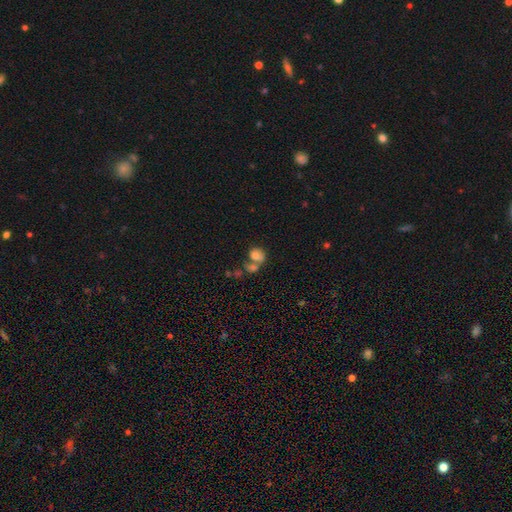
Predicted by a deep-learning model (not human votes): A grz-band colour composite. It shows a smooth galaxy with no disk features (73%) that is round (53%). Merging: merger (49%).